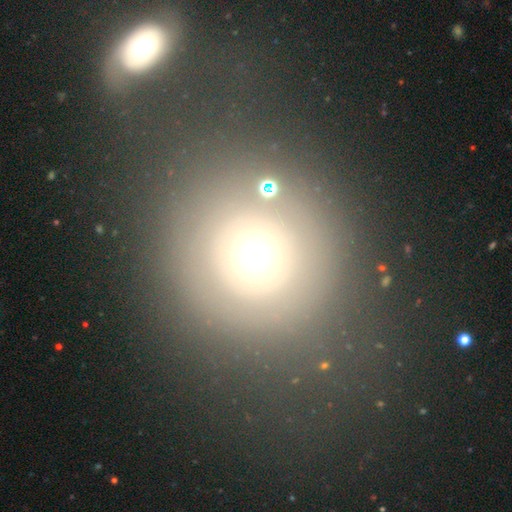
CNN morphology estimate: Smooth or featured: smooth — 57% (featured or disk — 27%)
How rounded: round — 90% (in between — 9%)
Merging: none — 62% (minor disturbance — 13%)